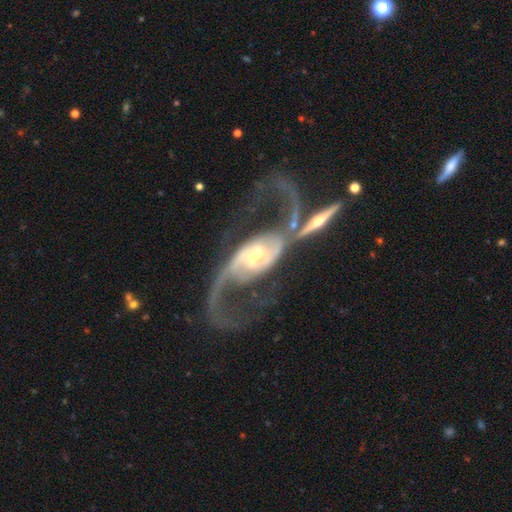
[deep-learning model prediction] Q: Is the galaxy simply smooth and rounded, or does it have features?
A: featured or disk — 89%.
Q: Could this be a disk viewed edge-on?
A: no — 91%.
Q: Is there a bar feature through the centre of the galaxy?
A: weak — 41%.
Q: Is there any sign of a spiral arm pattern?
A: yes — 94%.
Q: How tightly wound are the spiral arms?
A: loose — 70%.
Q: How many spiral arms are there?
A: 2 — 87%.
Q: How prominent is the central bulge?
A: moderate — 53%.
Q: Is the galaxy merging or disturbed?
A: merger — 37%.